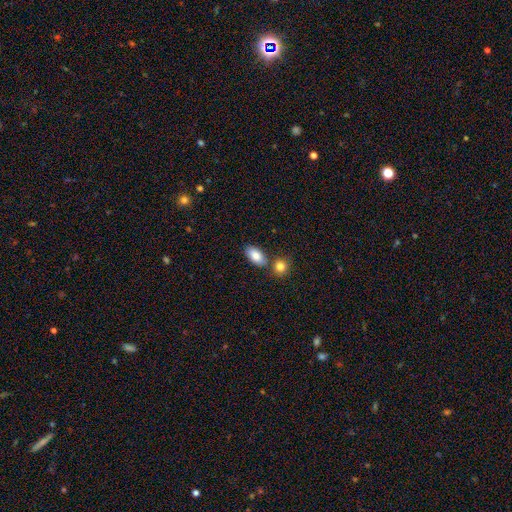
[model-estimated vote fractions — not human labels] Morphology: type=smooth (83%); roundness=in between (91%); merging=none (66%).